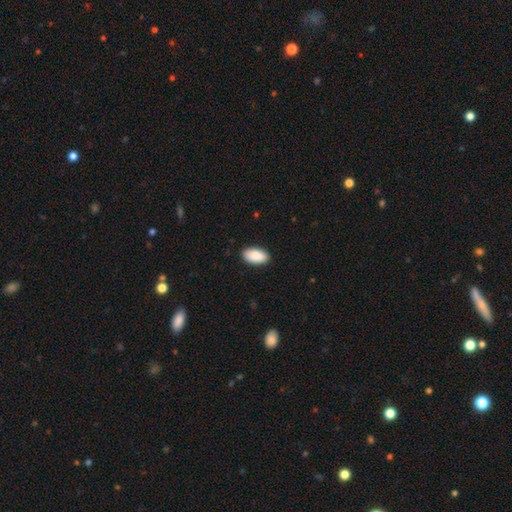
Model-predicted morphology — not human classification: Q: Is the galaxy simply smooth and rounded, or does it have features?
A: smooth — 89%.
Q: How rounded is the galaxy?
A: in between — 95%.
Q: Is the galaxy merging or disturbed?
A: none — 89%.